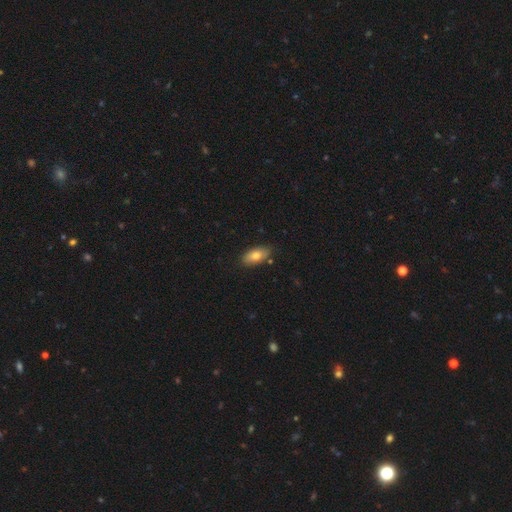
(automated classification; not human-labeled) Smooth or featured: smooth — 76% (featured or disk — 17%)
How rounded: in between — 90% (cigar-shaped — 6%)
Merging: none — 82% (minor disturbance — 13%)